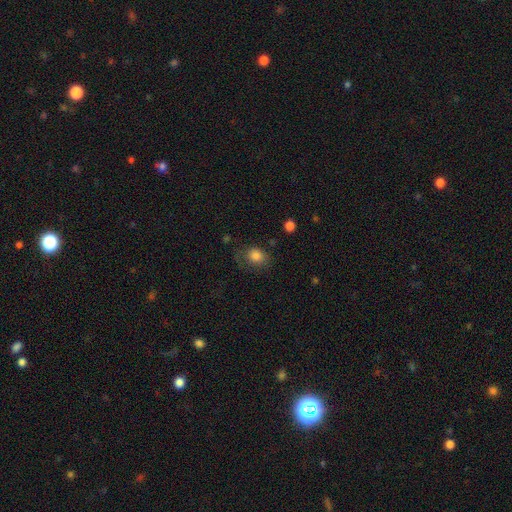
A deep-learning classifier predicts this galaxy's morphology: The model was most divided on "how rounded": round: 52%, in between: 47%, cigar-shaped: 1%. More confident: smooth or featured — smooth (82%); merging — none (62%).